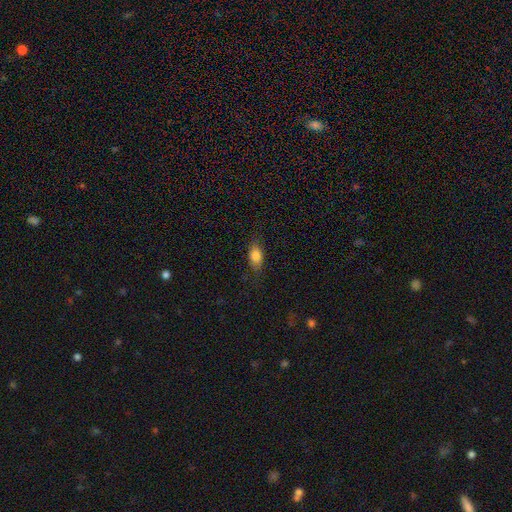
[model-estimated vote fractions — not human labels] This appears to be a smooth galaxy with no disk features (81%) that is in between round and cigar-shaped (85%). Merging: none (76%).